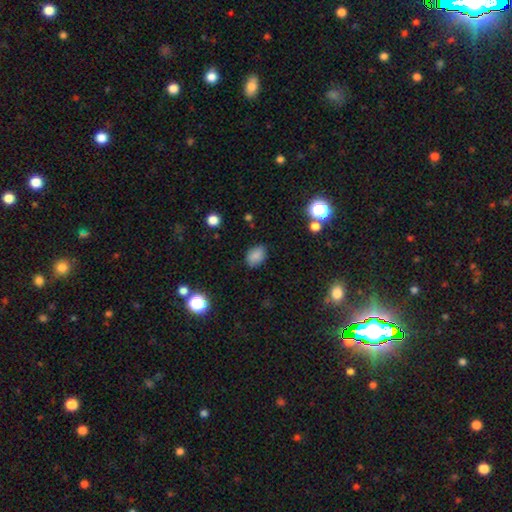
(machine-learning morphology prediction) This is clearly a smooth galaxy (83%). How rounded: likely in between (78%). Merging: clearly none (81%).